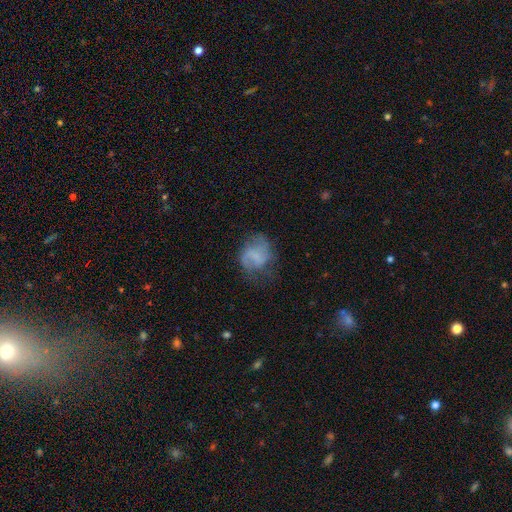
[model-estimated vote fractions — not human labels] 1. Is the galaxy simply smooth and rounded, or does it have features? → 51% featured or disk, 40% smooth, 9% star or artifact.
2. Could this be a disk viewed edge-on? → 98% no, 2% yes.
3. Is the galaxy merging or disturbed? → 50% none, 25% minor disturbance, 23% major disturbance, 2% merger.